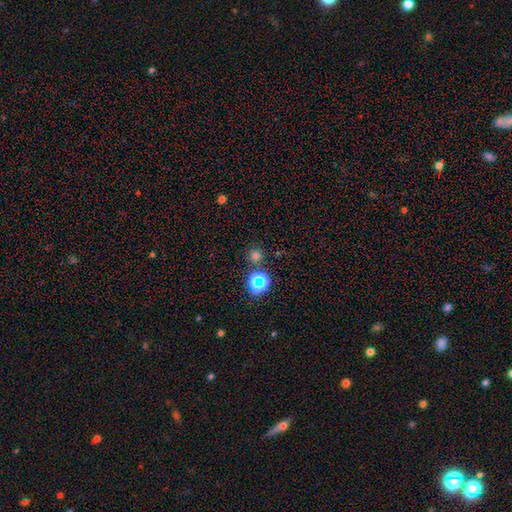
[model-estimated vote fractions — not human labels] smooth_or_featured: smooth (p=0.66) [alt: star or artifact p=0.28]
how_rounded: round (p=0.93) [alt: in between p=0.06]
merging: none (p=0.83) [alt: minor disturbance p=0.08]